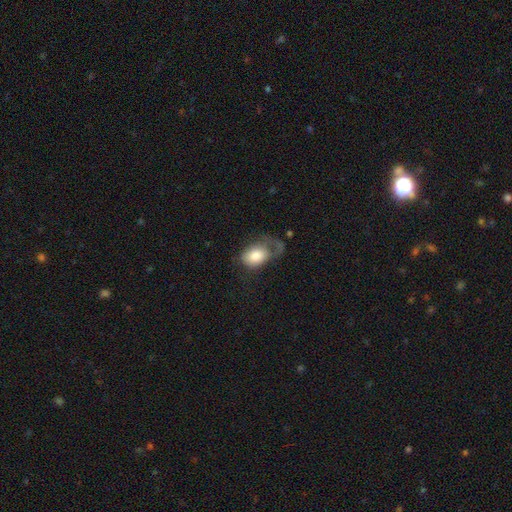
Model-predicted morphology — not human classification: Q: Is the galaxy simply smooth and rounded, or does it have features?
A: smooth — 74%.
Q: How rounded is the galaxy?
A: in between — 77%.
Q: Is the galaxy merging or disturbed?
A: major disturbance — 48%.